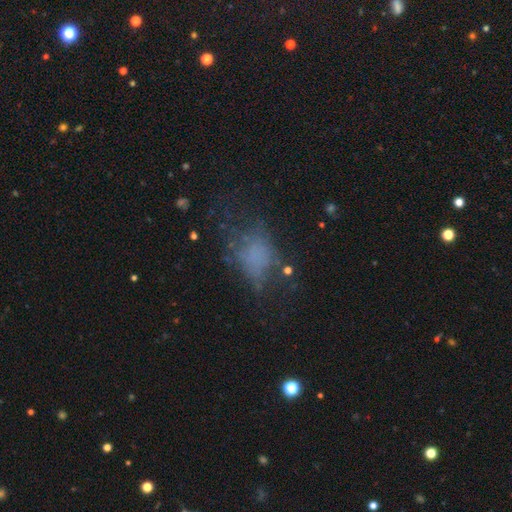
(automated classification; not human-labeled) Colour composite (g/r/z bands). It shows a smooth galaxy with no disk features (51%) that is in between round and cigar-shaped (72%). Merging: none (39%).